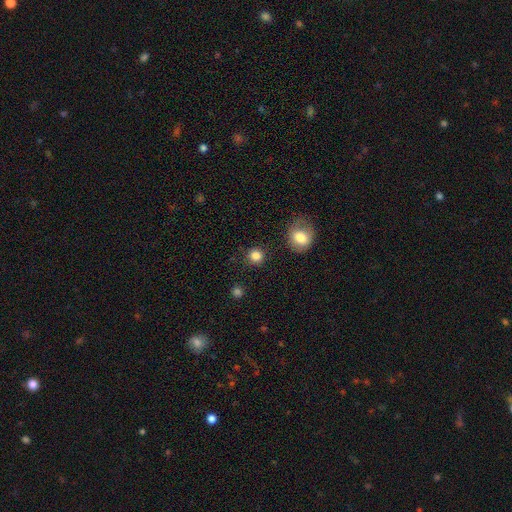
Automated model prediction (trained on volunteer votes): Smooth or featured: smooth — 84% (star or artifact — 12%)
How rounded: round — 92% (in between — 7%)
Merging: none — 87% (minor disturbance — 8%)